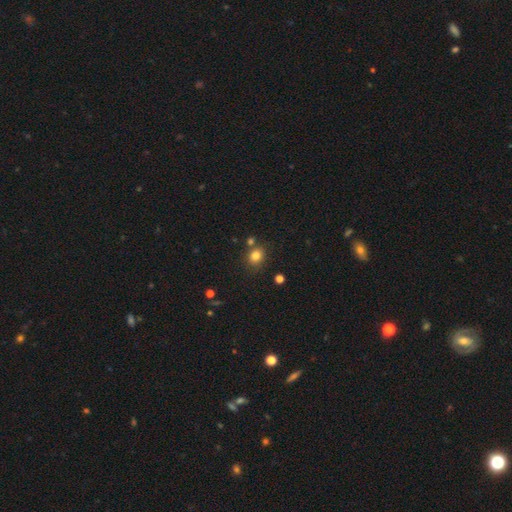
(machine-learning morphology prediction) This is clearly a smooth galaxy (80%). How rounded: likely round (64%). Merging: likely none (73%).